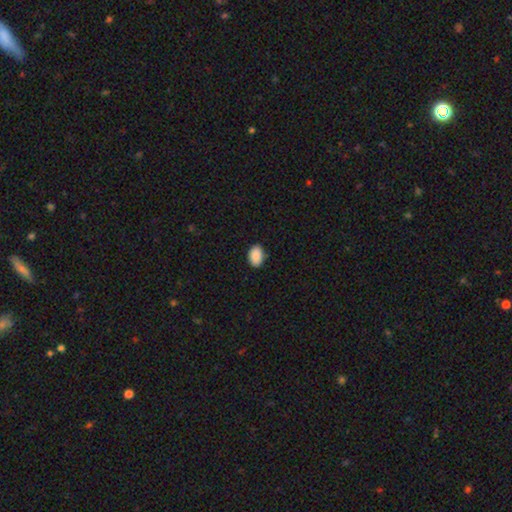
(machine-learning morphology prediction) This appears to be a smooth galaxy with no disk features (90%) that is in between round and cigar-shaped (88%). Merging: none (85%).